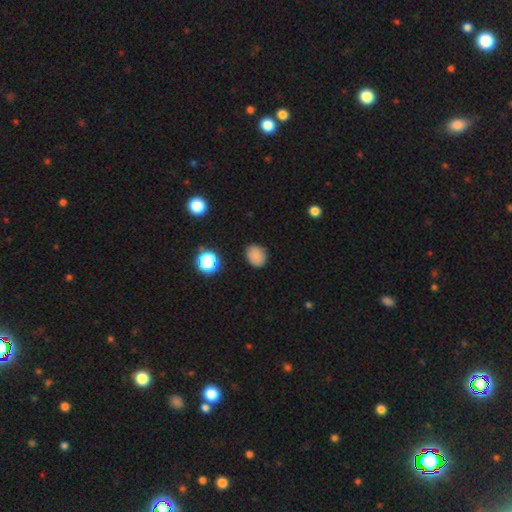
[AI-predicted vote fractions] smooth_or_featured: smooth (p=0.84) [alt: star or artifact p=0.12]
how_rounded: round (p=0.58) [alt: in between p=0.42]
merging: none (p=0.85) [alt: minor disturbance p=0.11]